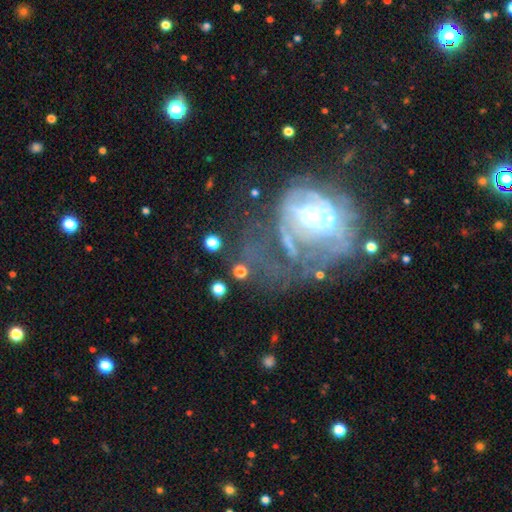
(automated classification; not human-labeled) This appears to be a featured or disk galaxy (73%) with no bar (54%), spiral arms (61%) and a moderate central bulge (57%). Merging: major disturbance (48%).